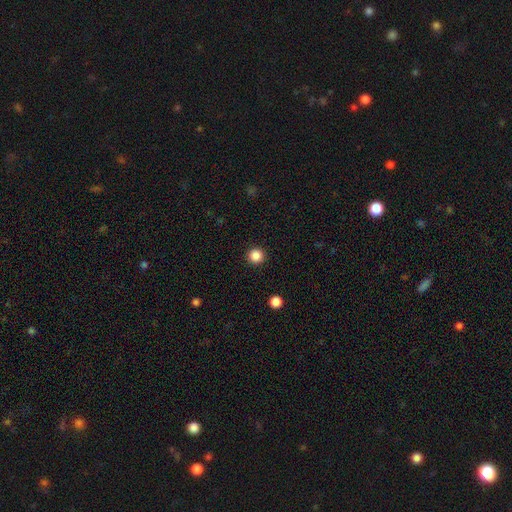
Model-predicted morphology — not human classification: smooth-or-featured: smooth: 86% | star or artifact: 11% | featured or disk: 3%
  how-rounded: round: 96% | in between: 3% | cigar-shaped: 1%
  merging: none: 93% | minor disturbance: 4% | major disturbance: 2% | merger: 1%